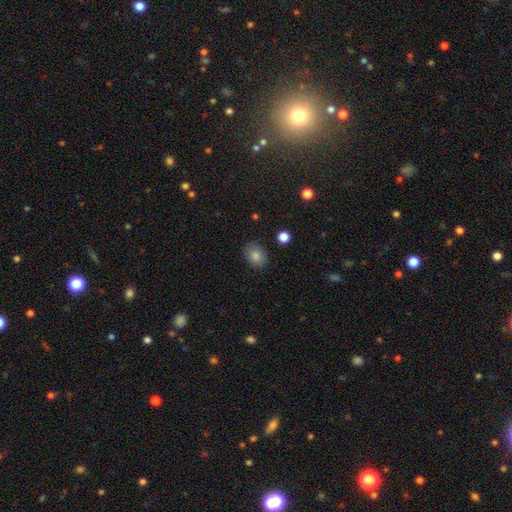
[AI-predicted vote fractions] Q: Smooth or featured?
A: smooth (83%); runner-up: star or artifact (10%)
Q: How rounded?
A: in between (71%); runner-up: round (28%)
Q: Merging?
A: none (85%); runner-up: minor disturbance (11%)